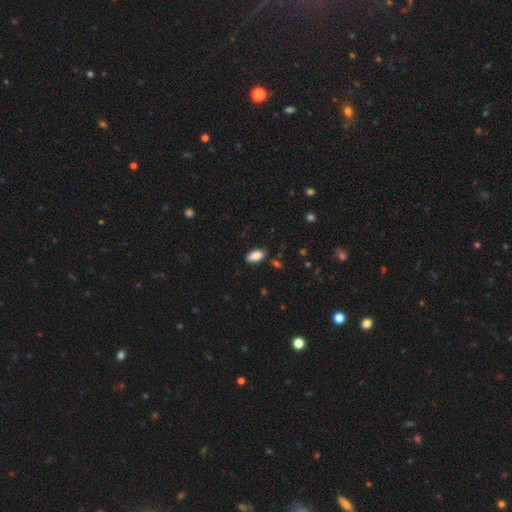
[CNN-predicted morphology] Overall: smooth (88%). How rounded: in between (93%). Merging: none (84%).